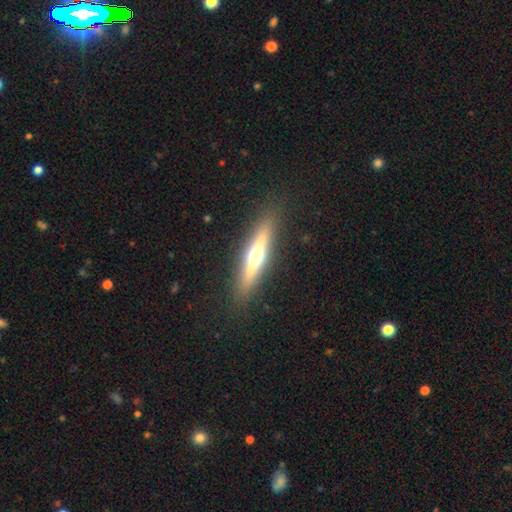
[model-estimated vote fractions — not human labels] Morphology: type=featured or disk (62%); edge-on=yes (93%); edge-on bulge=rounded (94%); merging=none (88%).